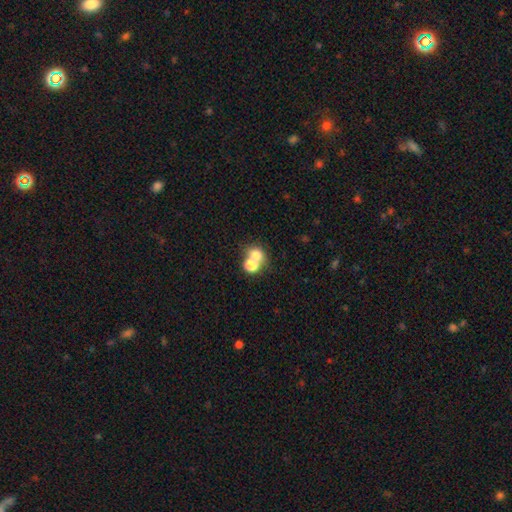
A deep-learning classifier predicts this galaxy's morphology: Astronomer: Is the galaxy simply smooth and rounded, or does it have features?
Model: smooth — 71%.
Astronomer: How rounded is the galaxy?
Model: round — 67%.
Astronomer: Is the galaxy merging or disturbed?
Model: merger — 53% (runner-up: none, 37%).